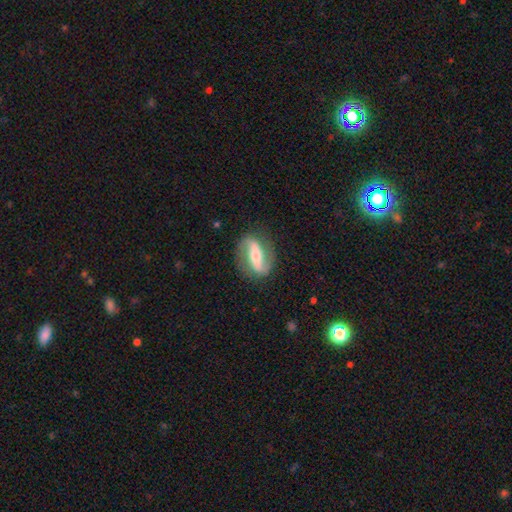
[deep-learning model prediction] Smooth or featured?
  - featured or disk: 81% *
  - smooth: 14%
  - star or artifact: 5%
Edge-on disk?
  - no: 91% *
  - yes: 9%
Bar?
  - strong: 61% *
  - weak: 22%
  - no: 17%
Spiral arms?
  - yes: 90% *
  - no: 10%
Spiral winding?
  - loose: 43% *
  - medium: 37%
  - tight: 20%
Spiral arm count?
  - 2: 91% *
  - can't tell: 3%
  - 1: 3%
  - 3: 1%
  - 4: 1%
  - more than 4: 1%
Bulge size?
  - moderate: 55% *
  - small: 34%
  - large: 7%
  - none: 2%
  - dominant: 2%
Merging?
  - none: 83% *
  - minor disturbance: 11%
  - major disturbance: 4%
  - merger: 1%